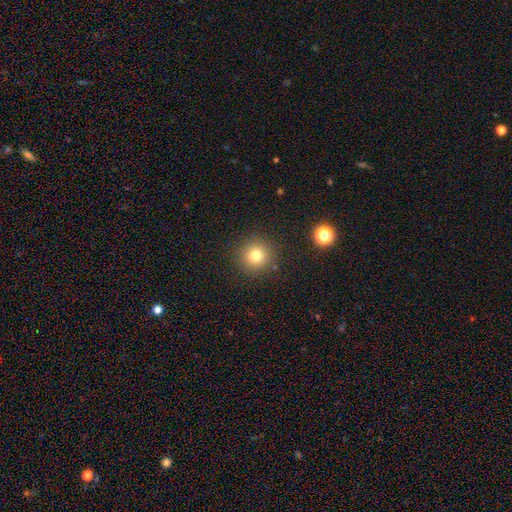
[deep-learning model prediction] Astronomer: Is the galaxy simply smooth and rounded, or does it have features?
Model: smooth — 77%.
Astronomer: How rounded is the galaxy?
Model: round — 95%.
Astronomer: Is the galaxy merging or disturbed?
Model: none — 89%.